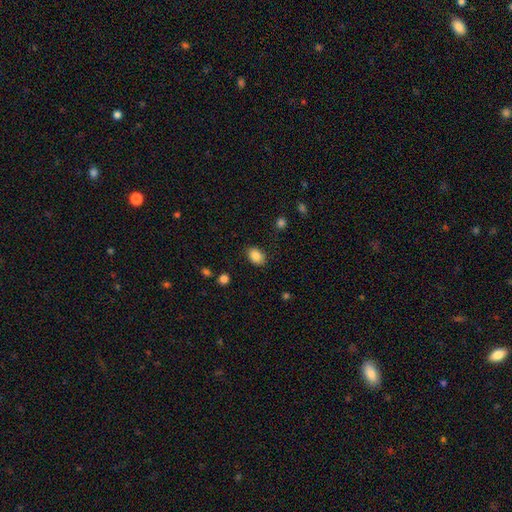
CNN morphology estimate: Smooth or featured: smooth — 87% (star or artifact — 8%)
How rounded: in between — 78% (round — 21%)
Merging: none — 83% (minor disturbance — 12%)